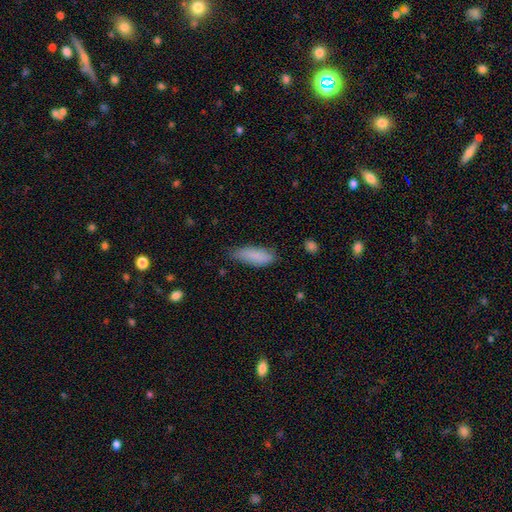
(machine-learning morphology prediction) Smooth or featured: smooth — 86% (featured or disk — 7%)
How rounded: in between — 60% (cigar-shaped — 38%)
Merging: none — 67% (minor disturbance — 26%)